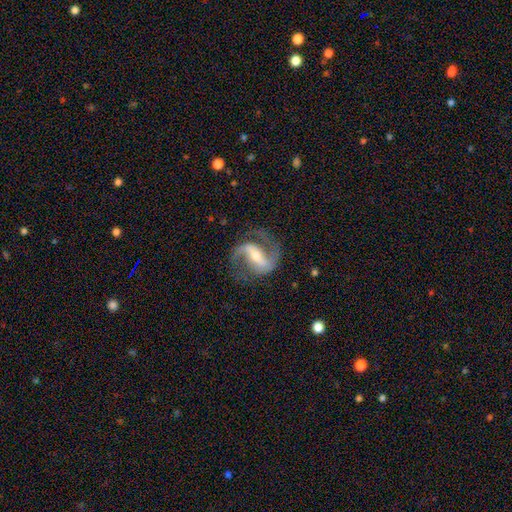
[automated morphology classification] A featured or disk galaxy (90%) with a strong bar (56%), 2 (92%) medium (54%) spiral arms (97%) and a moderate central bulge (50%).

Vote fractions:
- Smooth or featured? featured or disk: 90% / star or artifact: 5% / smooth: 5%
- Edge-on disk? no: 97% / yes: 3%
- Bar? strong: 56% / weak: 30% / no: 13%
- Spiral arms? yes: 97% / no: 3%
- Spiral winding? medium: 54% / loose: 32% / tight: 14%
- Spiral arm count? 2: 92% / 1: 3% / can't tell: 2% / 3: 1% / 4: 1% / more than 4: 1%
- Bulge size? moderate: 50% / small: 44% / large: 3% / none: 2% / dominant: 1%
- Merging? none: 77% / minor disturbance: 13% / major disturbance: 8% / merger: 1%